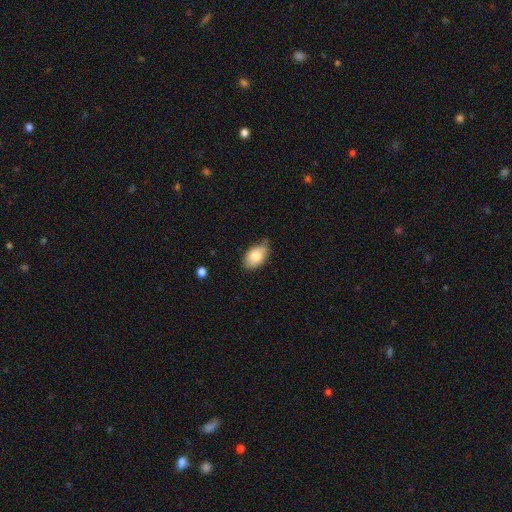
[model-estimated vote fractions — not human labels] Q: Smooth or featured?
A: smooth (82%); runner-up: featured or disk (11%)
Q: How rounded?
A: in between (91%); runner-up: round (8%)
Q: Merging?
A: none (62%); runner-up: minor disturbance (32%)